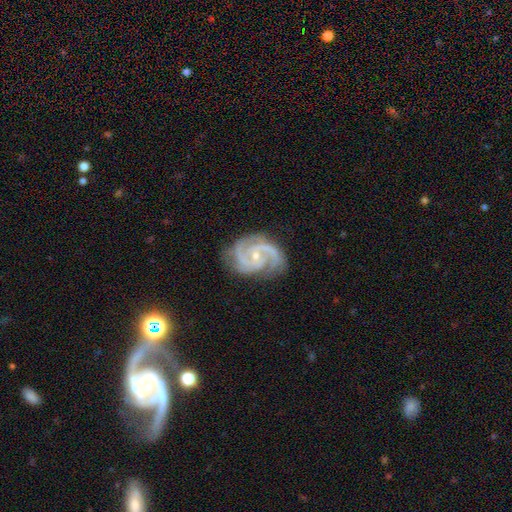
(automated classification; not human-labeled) Smooth or featured?
  - featured or disk: 93% *
  - star or artifact: 4%
  - smooth: 3%
Edge-on disk?
  - no: 98% *
  - yes: 2%
Bar?
  - no: 62% *
  - weak: 29%
  - strong: 9%
Spiral arms?
  - yes: 99% *
  - no: 1%
Spiral winding?
  - medium: 51% *
  - tight: 43%
  - loose: 6%
Spiral arm count?
  - 2: 52% *
  - 3: 36%
  - can't tell: 4%
  - 4: 3%
  - 1: 3%
  - more than 4: 3%
Bulge size?
  - small: 71% *
  - moderate: 26%
  - none: 1%
  - large: 1%
  - dominant: 1%
Merging?
  - none: 75% *
  - minor disturbance: 19%
  - major disturbance: 5%
  - merger: 1%